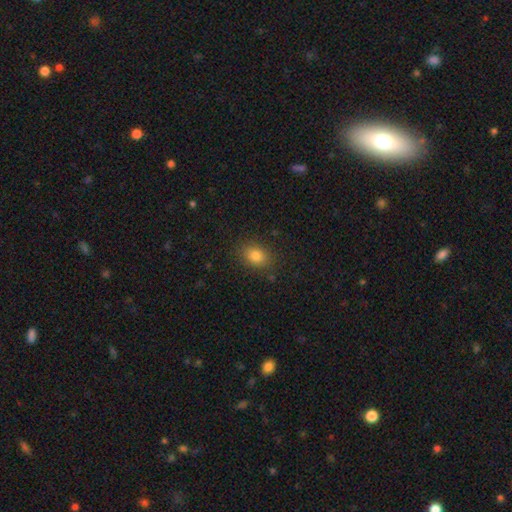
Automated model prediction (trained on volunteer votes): Smooth or featured: smooth — 82% (star or artifact — 11%)
How rounded: in between — 67% (round — 32%)
Merging: none — 85% (minor disturbance — 11%)